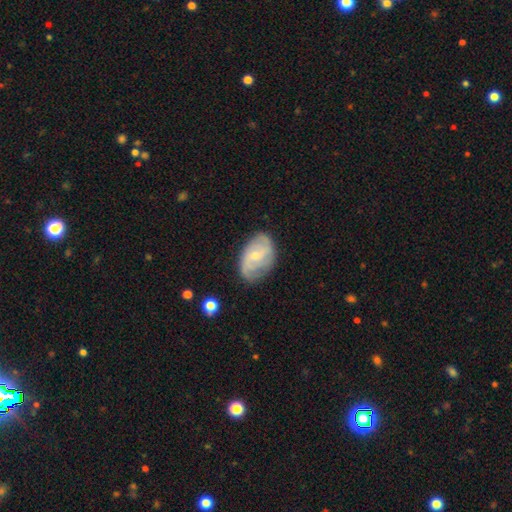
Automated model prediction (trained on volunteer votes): Smooth or featured? featured or disk (67%)
Edge-on disk? no (96%)
Bar? no (47%)
Spiral arms? yes (88%)
Spiral winding? medium (41%)
Spiral arm count? 2 (49%)
Bulge size? small (63%)
Merging? none (69%)